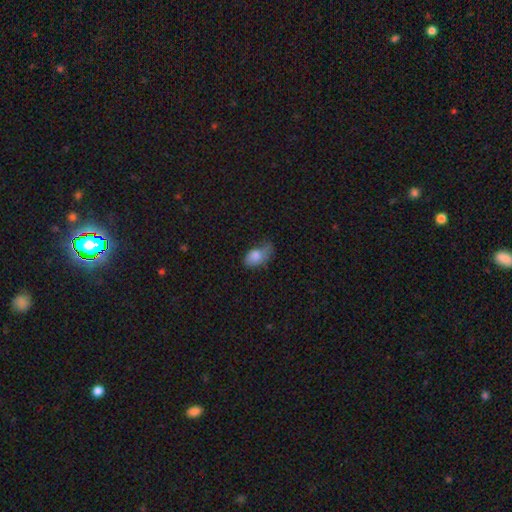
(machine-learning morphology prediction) This is likely a smooth galaxy (78%). How rounded: clearly in between (88%). Merging: marginally minor disturbance (40%).